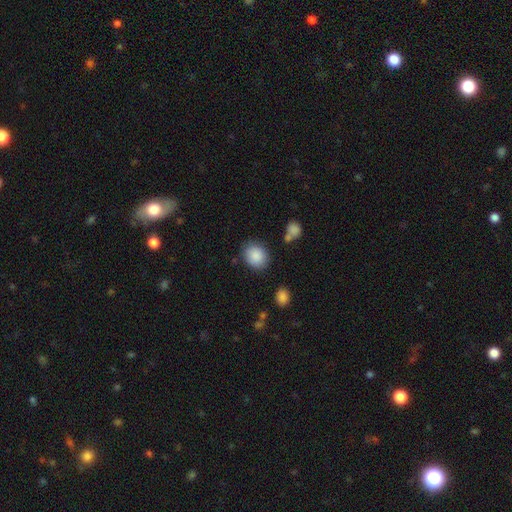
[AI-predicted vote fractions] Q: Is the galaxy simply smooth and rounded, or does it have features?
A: smooth — 88%.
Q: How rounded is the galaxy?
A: round — 57%.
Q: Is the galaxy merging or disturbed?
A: none — 80%.